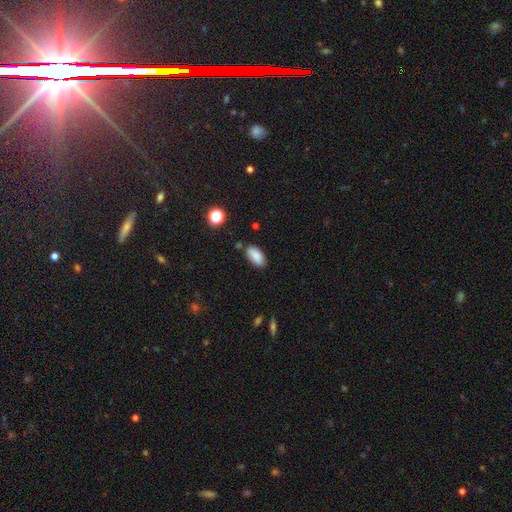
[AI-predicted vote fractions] Smooth or featured: smooth — 86% (star or artifact — 8%)
How rounded: in between — 92% (cigar-shaped — 5%)
Merging: none — 77% (minor disturbance — 15%)